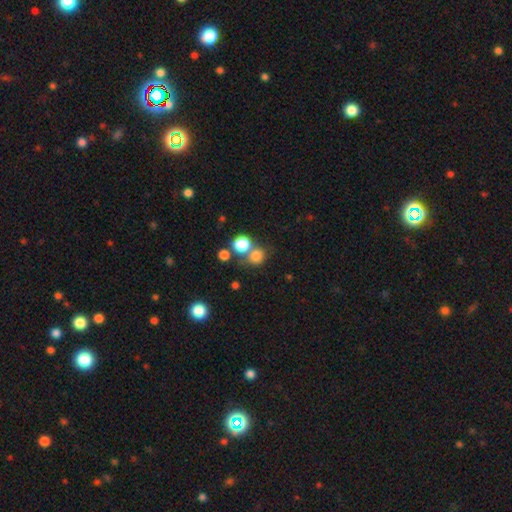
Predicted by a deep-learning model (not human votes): A smooth galaxy with no disk features (77%) that is round (84%).

Vote fractions:
- Smooth or featured? smooth: 77% / star or artifact: 15% / featured or disk: 7%
- How rounded? round: 84% / in between: 15% / cigar-shaped: 1%
- Merging? none: 55% / merger: 31% / minor disturbance: 9% / major disturbance: 5%